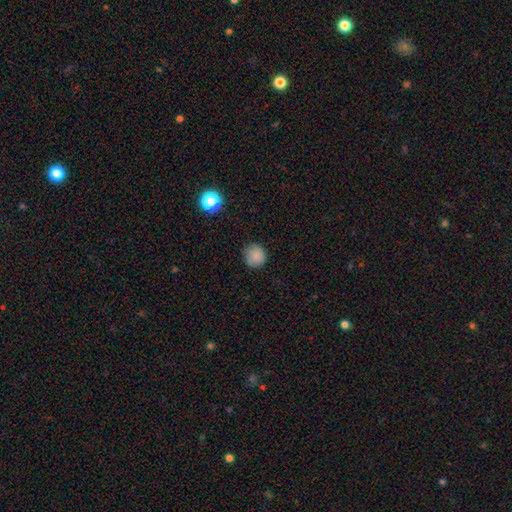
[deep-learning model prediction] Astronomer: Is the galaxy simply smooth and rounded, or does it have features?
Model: smooth — 86%.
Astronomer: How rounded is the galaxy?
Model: round — 92%.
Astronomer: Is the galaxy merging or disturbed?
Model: none — 86%.